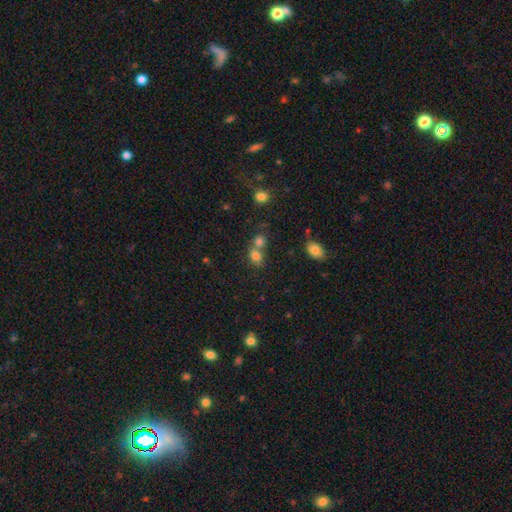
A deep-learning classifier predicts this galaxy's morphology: smooth-or-featured: smooth: 76% | star or artifact: 15% | featured or disk: 9%
  how-rounded: in between: 50% | round: 49% | cigar-shaped: 2%
  merging: merger: 54% | none: 34% | minor disturbance: 8% | major disturbance: 4%